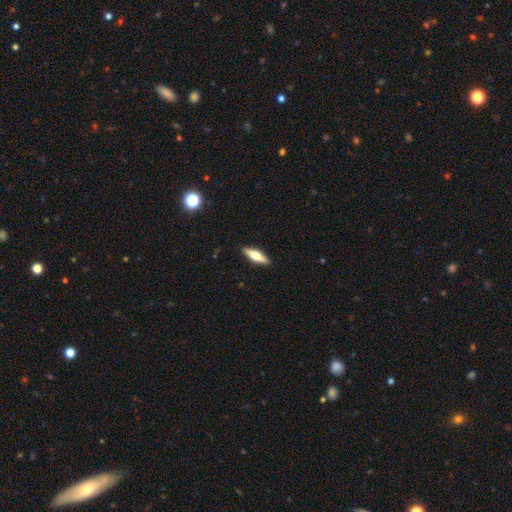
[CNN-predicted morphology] This appears to be a smooth galaxy with no disk features (49%). Merging: none (90%).